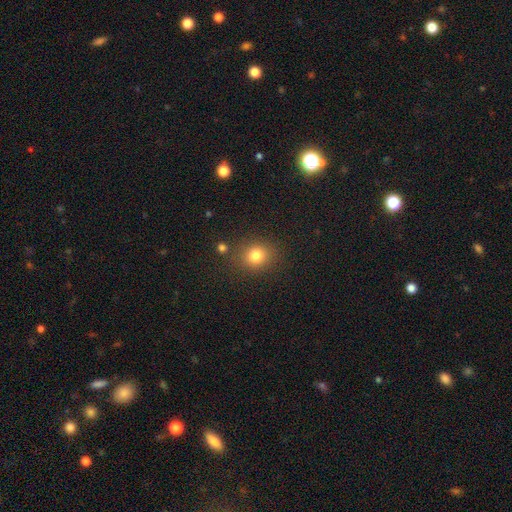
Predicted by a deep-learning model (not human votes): This is likely a smooth galaxy (80%). How rounded: likely round (76%). Merging: clearly none (82%).